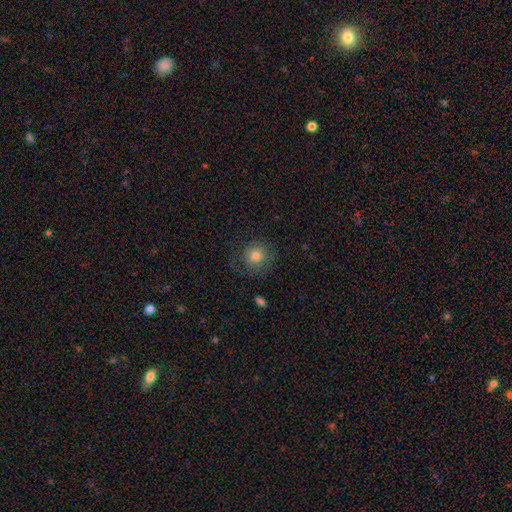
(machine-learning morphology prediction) This appears to be a smooth galaxy with no disk features (79%) that is round (92%). Merging: none (76%).